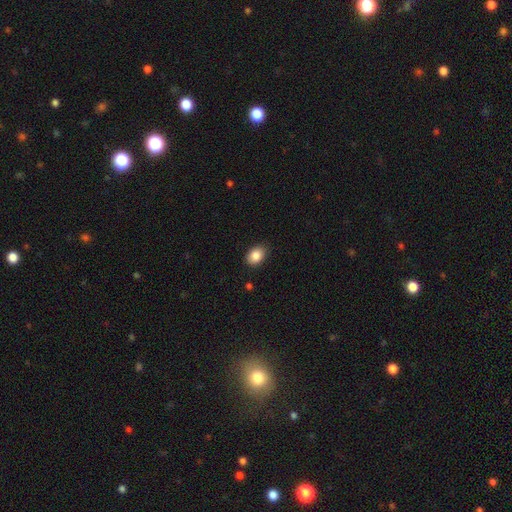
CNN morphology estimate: This appears to be a smooth galaxy with no disk features (86%) that is in between round and cigar-shaped (72%). Merging: none (84%).